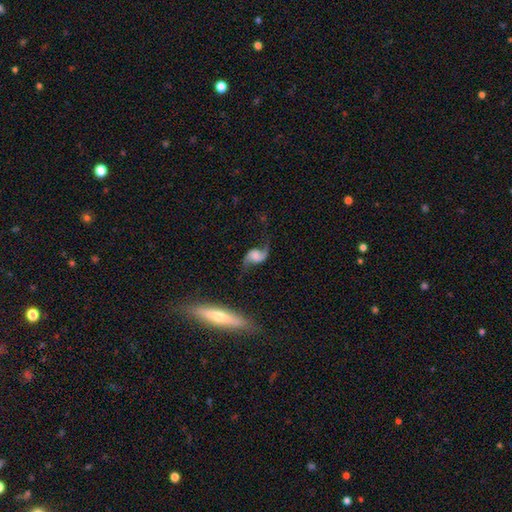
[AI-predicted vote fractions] Smooth or featured? Predicted: featured or disk (p=0.81). Edge-on disk? Predicted: no (p=0.96). Bar? Predicted: no (p=0.57). Spiral arms? Predicted: yes (p=0.95). Spiral winding? Predicted: loose (p=0.84). Spiral arm count? Predicted: 2 (p=0.92). Bulge size? Predicted: none (p=0.38). Merging? Predicted: none (p=0.66).